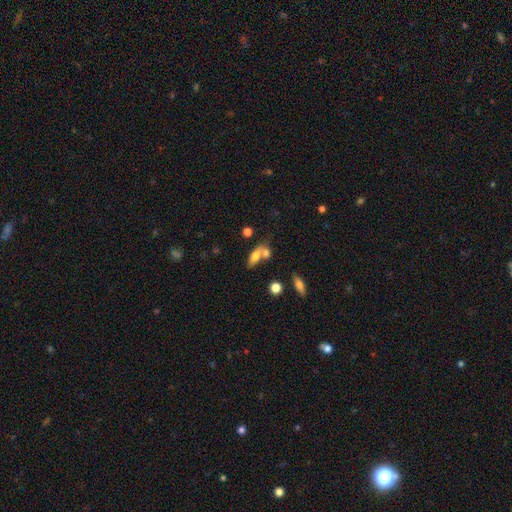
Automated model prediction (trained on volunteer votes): Smooth or featured? Predicted: smooth (p=0.70). How rounded? Predicted: in between (p=0.77). Merging? Predicted: merger (p=0.47).